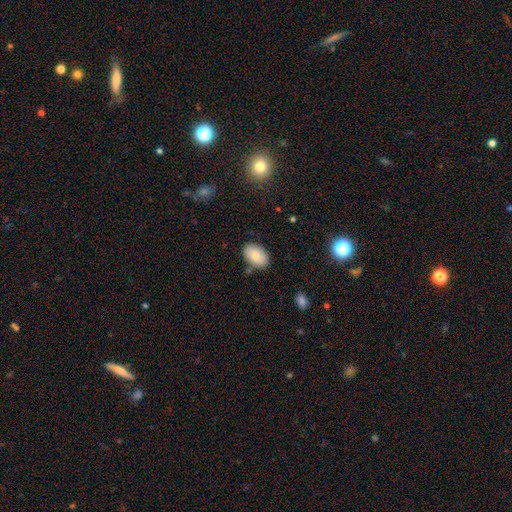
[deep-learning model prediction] smooth_or_featured: smooth (p=0.80) [alt: featured or disk p=0.13]
how_rounded: in between (p=0.91) [alt: round p=0.08]
merging: none (p=0.79) [alt: minor disturbance p=0.15]